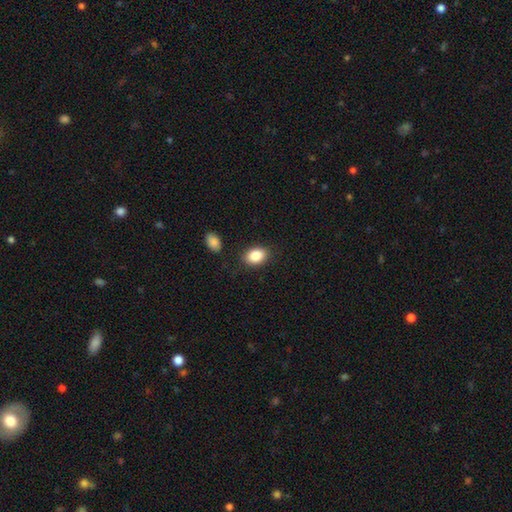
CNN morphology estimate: This is clearly a smooth galaxy (87%). How rounded: clearly in between (82%). Merging: clearly none (84%).